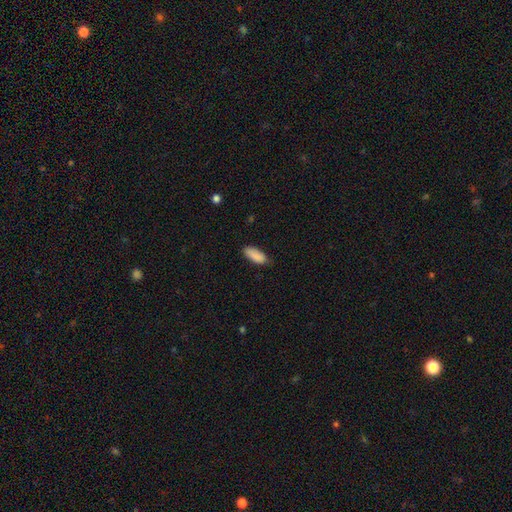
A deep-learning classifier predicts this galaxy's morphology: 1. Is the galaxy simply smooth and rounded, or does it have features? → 89% smooth, 7% star or artifact, 5% featured or disk.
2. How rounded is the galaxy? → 80% in between, 19% cigar-shaped, 2% round.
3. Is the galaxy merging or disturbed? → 77% none, 19% minor disturbance, 3% major disturbance, 1% merger.